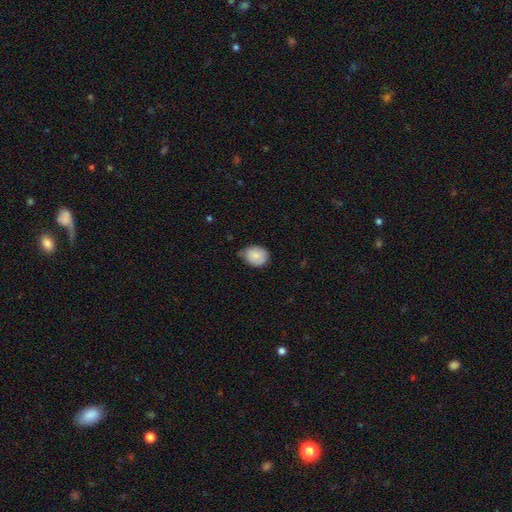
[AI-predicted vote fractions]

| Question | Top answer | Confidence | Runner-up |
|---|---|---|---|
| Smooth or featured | smooth | 82% | featured or disk (11%) |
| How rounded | in between | 55% | round (44%) |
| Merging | none | 53% | minor disturbance (39%) |